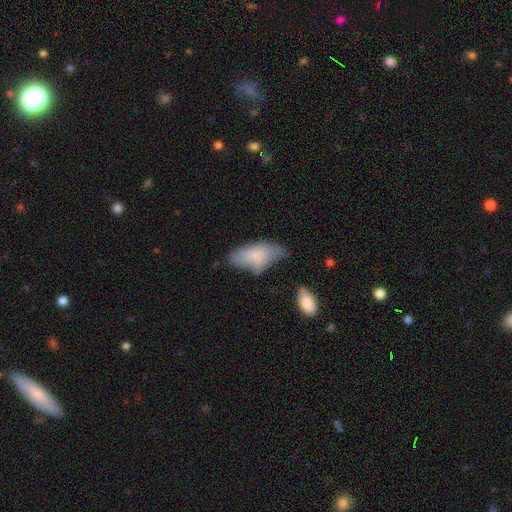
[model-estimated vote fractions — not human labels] A smooth galaxy with no disk features (75%) that is in between round and cigar-shaped (92%).

Vote fractions:
- Smooth or featured? smooth: 75% / featured or disk: 18% / star or artifact: 7%
- How rounded? in between: 92% / cigar-shaped: 6% / round: 2%
- Merging? minor disturbance: 40% / none: 37% / major disturbance: 17% / merger: 7%